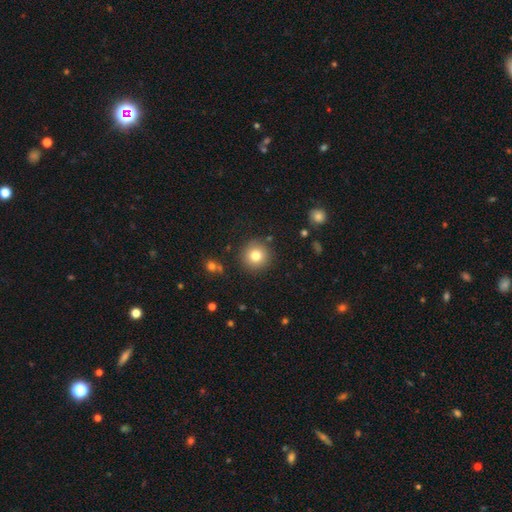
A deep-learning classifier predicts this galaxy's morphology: smooth 79%, star or artifact 12%, featured or disk 9%. Down the decision tree: how rounded — round (95%); merging — none (88%).